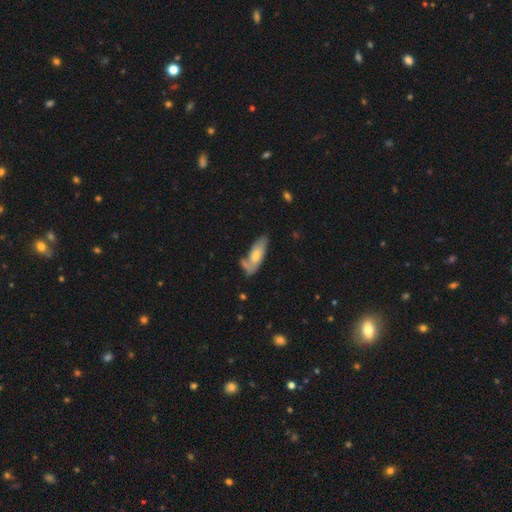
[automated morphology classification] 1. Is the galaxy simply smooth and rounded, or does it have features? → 50% smooth, 43% featured or disk, 7% star or artifact.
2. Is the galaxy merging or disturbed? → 53% none, 24% minor disturbance, 15% merger, 9% major disturbance.